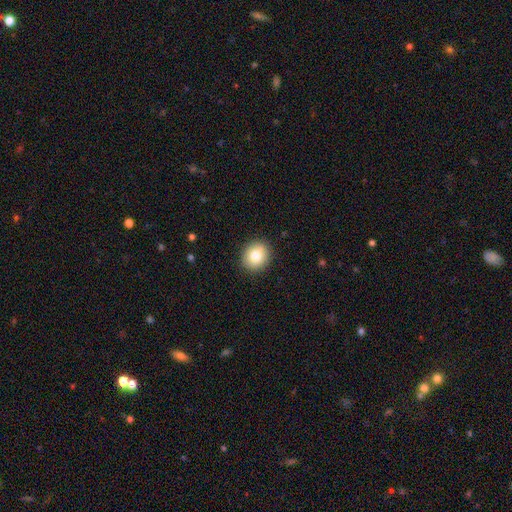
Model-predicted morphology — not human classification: A smooth galaxy with no disk features (80%) that is round (78%).

Vote fractions:
- Smooth or featured? smooth: 80% / featured or disk: 11% / star or artifact: 9%
- How rounded? round: 78% / in between: 21% / cigar-shaped: 1%
- Merging? none: 91% / minor disturbance: 7% / major disturbance: 2% / merger: 1%